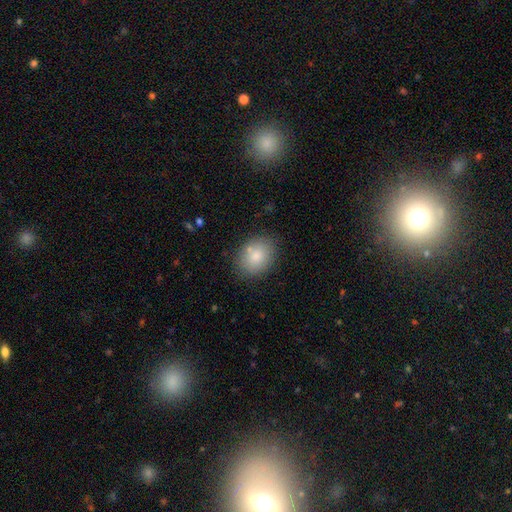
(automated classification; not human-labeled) Overall: smooth (82%). How rounded: in between (57%; round 42%). Merging: none (79%).